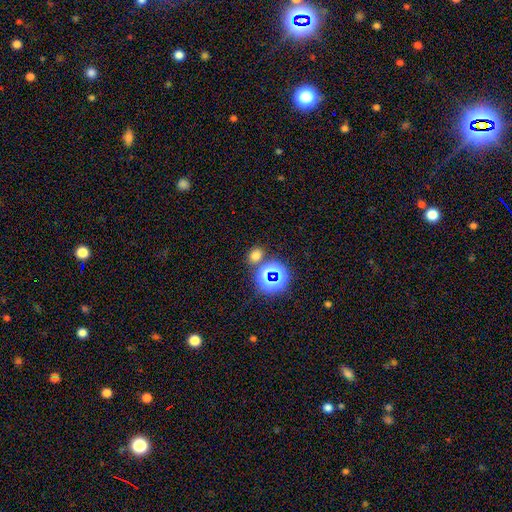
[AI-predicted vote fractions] Q: Smooth or featured?
A: smooth (62%); runner-up: star or artifact (32%)
Q: How rounded?
A: round (51%); runner-up: in between (48%)
Q: Merging?
A: none (74%); runner-up: merger (13%)